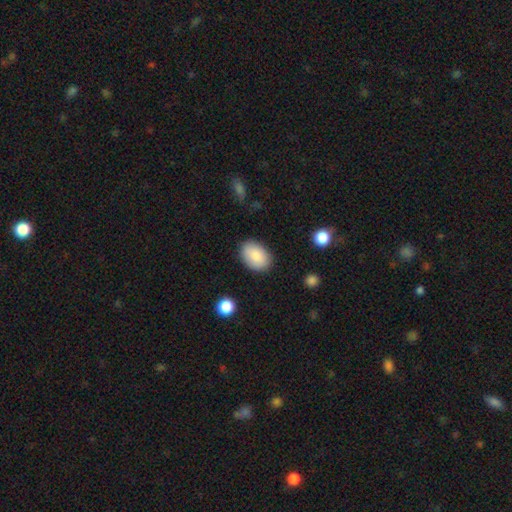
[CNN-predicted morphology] Overall: smooth (86%). How rounded: in between (84%). Merging: none (85%).